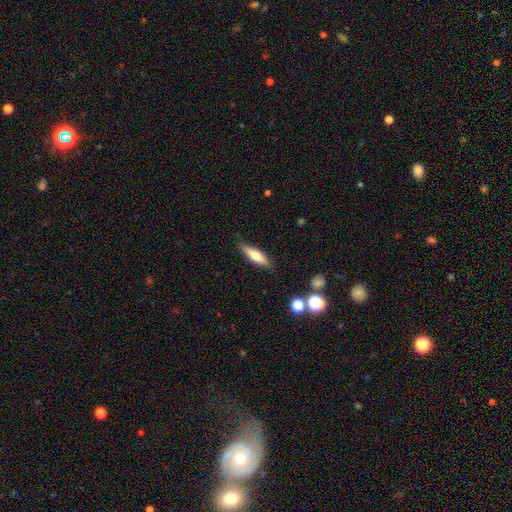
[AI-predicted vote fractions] smooth-or-featured: smooth: 61% | featured or disk: 32% | star or artifact: 7%
  how-rounded: cigar-shaped: 67% | in between: 31% | round: 2%
  merging: none: 85% | minor disturbance: 11% | major disturbance: 2% | merger: 2%